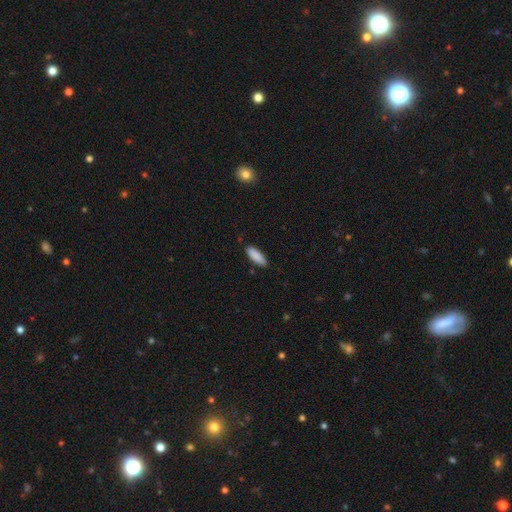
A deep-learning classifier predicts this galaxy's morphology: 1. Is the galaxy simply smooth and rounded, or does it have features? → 89% smooth, 6% star or artifact, 5% featured or disk.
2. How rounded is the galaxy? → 60% in between, 38% cigar-shaped, 1% round.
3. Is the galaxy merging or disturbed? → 86% none, 11% minor disturbance, 2% major disturbance, 1% merger.